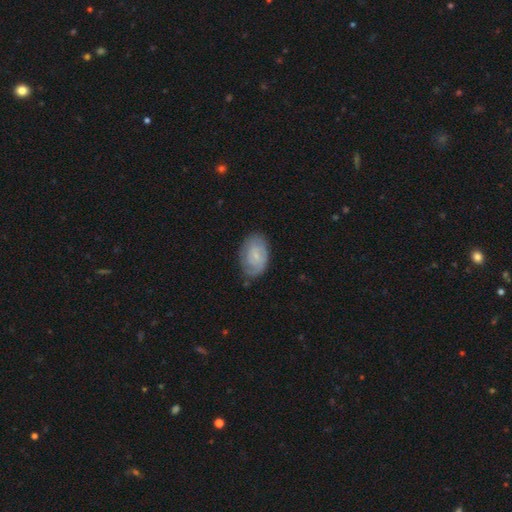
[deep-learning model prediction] smooth-or-featured: featured or disk: 53% | smooth: 41% | star or artifact: 7%
  disk-edge-on: no: 97% | yes: 3%
    bar: no: 64% | weak: 32% | strong: 5%
    has-spiral-arms: yes: 79% | no: 21%
    bulge-size: small: 72% | moderate: 16% | none: 10% | large: 1% | dominant: 1%
  merging: none: 70% | minor disturbance: 22% | major disturbance: 6% | merger: 1%